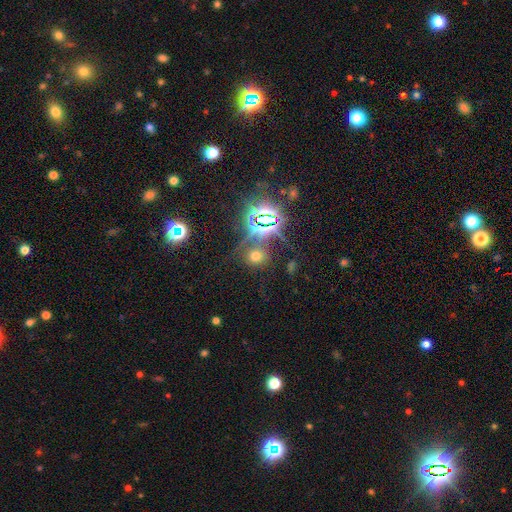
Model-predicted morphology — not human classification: Smooth or featured?
  - smooth: 48% *
  - star or artifact: 43%
  - featured or disk: 9%
Merging?
  - none: 76% *
  - minor disturbance: 11%
  - merger: 7%
  - major disturbance: 6%